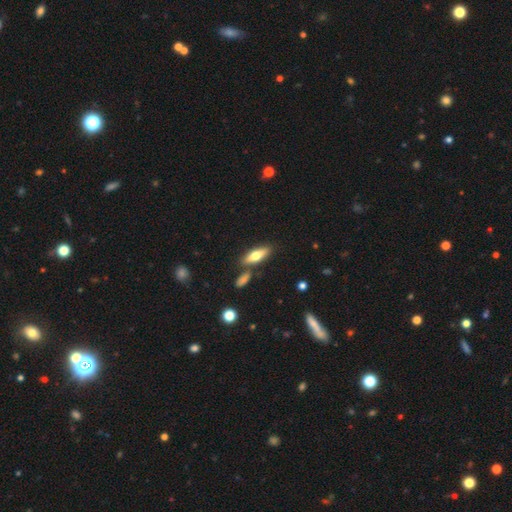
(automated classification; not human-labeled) This is likely a smooth galaxy (61%). How rounded: possibly in between (53%). Merging: likely none (75%).